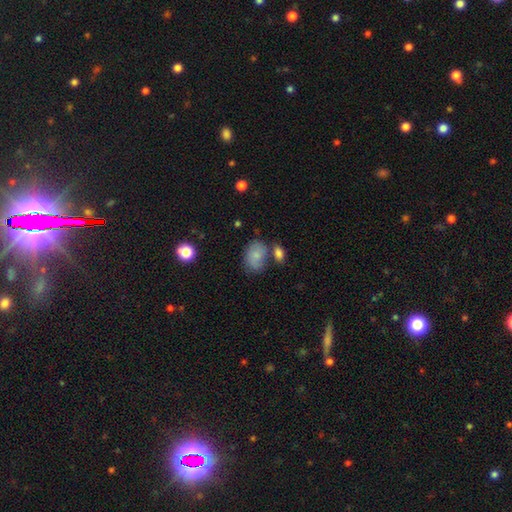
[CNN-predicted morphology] A smooth galaxy with no disk features (75%) that is in between round and cigar-shaped (75%).

Vote fractions:
- Smooth or featured? smooth: 75% / featured or disk: 16% / star or artifact: 9%
- How rounded? in between: 75% / round: 24% / cigar-shaped: 1%
- Merging? none: 49% / minor disturbance: 24% / merger: 18% / major disturbance: 9%